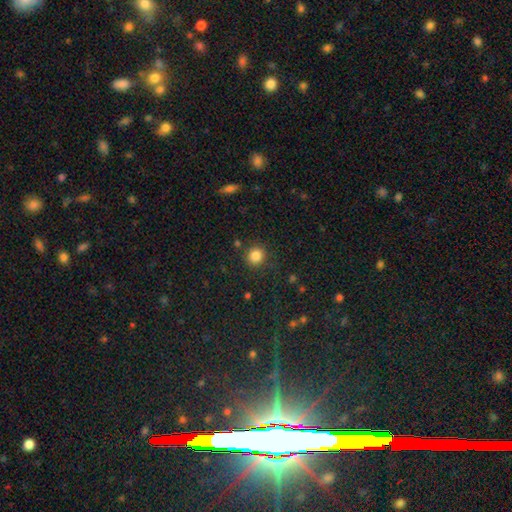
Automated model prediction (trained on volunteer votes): Smooth or featured? Predicted: smooth (p=0.84). How rounded? Predicted: round (p=0.91). Merging? Predicted: none (p=0.87).